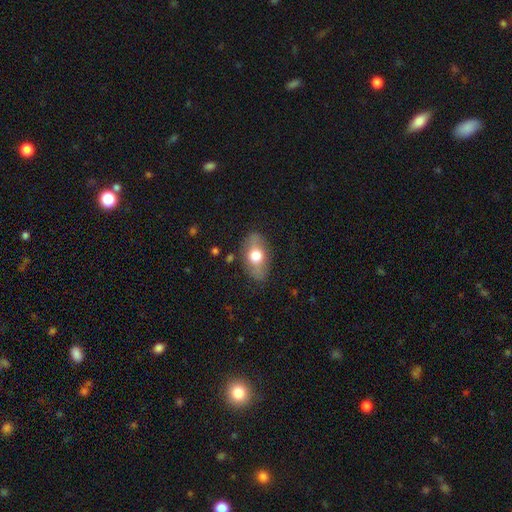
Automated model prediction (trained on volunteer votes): Q: Smooth or featured?
A: smooth (63%); runner-up: featured or disk (30%)
Q: How rounded?
A: in between (86%); runner-up: round (10%)
Q: Merging?
A: none (79%); runner-up: minor disturbance (15%)